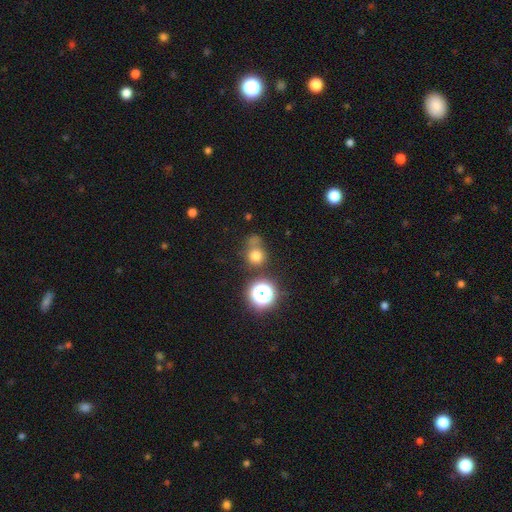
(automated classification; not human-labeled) smooth_or_featured: smooth (p=0.72) [alt: star or artifact p=0.20]
how_rounded: round (p=0.84) [alt: in between p=0.15]
merging: none (p=0.58) [alt: merger p=0.18]